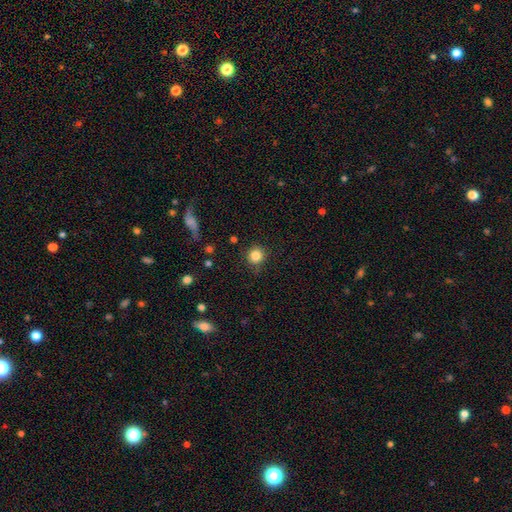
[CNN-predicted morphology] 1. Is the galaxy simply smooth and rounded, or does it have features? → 84% smooth, 11% star or artifact, 5% featured or disk.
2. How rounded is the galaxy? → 91% round, 8% in between, 1% cigar-shaped.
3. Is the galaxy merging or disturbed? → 85% none, 10% minor disturbance, 3% major disturbance, 2% merger.